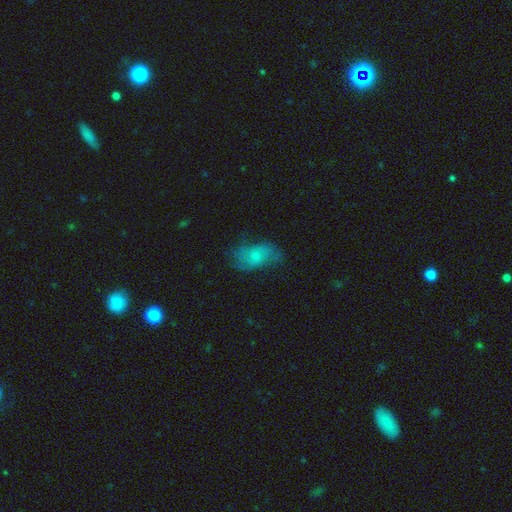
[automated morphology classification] The model was most divided on "smooth or featured": smooth: 53%, featured or disk: 37%, star or artifact: 10%. More confident: how rounded — in between (89%); merging — none (52%).